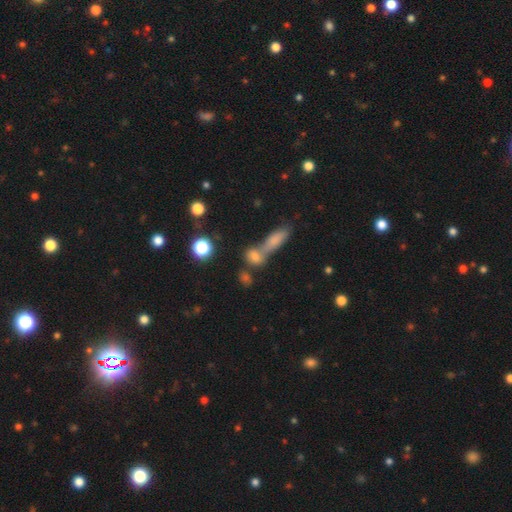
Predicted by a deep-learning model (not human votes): A smooth galaxy with no disk features (64%) that is in between round and cigar-shaped (45%).

Vote fractions:
- Smooth or featured? smooth: 64% / star or artifact: 20% / featured or disk: 17%
- How rounded? in between: 45% / cigar-shaped: 32% / round: 23%
- Merging? merger: 50% / none: 38% / minor disturbance: 8% / major disturbance: 5%